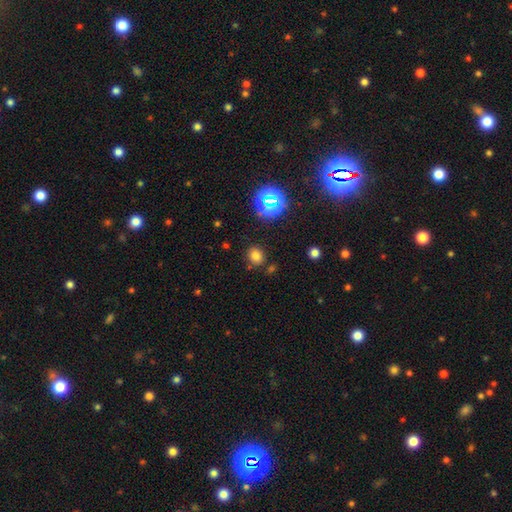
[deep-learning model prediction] smooth-or-featured: smooth: 72% | star or artifact: 21% | featured or disk: 7%
  how-rounded: round: 72% | in between: 27% | cigar-shaped: 1%
  merging: none: 82% | minor disturbance: 9% | merger: 5% | major disturbance: 3%